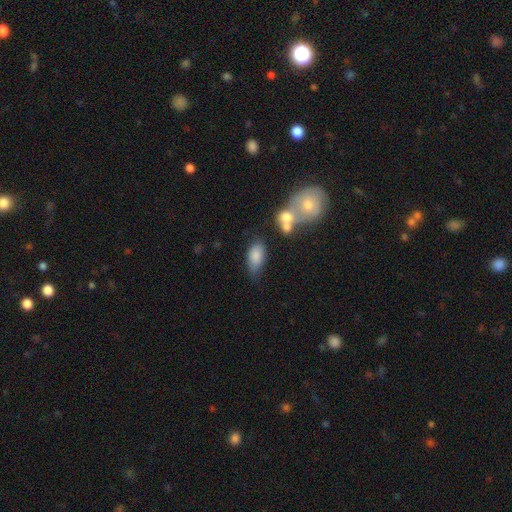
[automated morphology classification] Smooth or featured: smooth — 82% (featured or disk — 11%)
How rounded: in between — 90% (cigar-shaped — 6%)
Merging: none — 58% (minor disturbance — 22%)